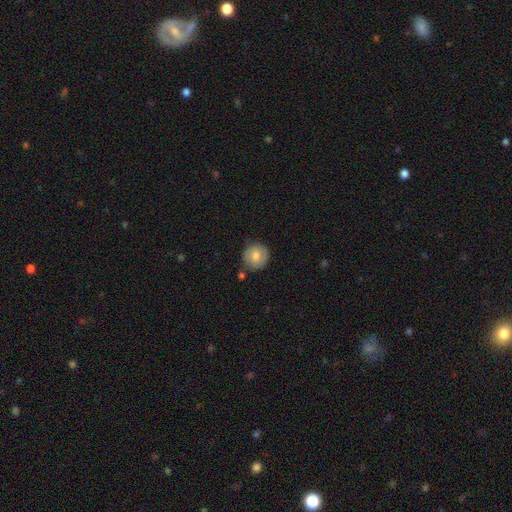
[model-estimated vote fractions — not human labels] The model was most divided on "smooth or featured": smooth: 75%, featured or disk: 18%, star or artifact: 8%. More confident: how rounded — round (90%); merging — none (78%).